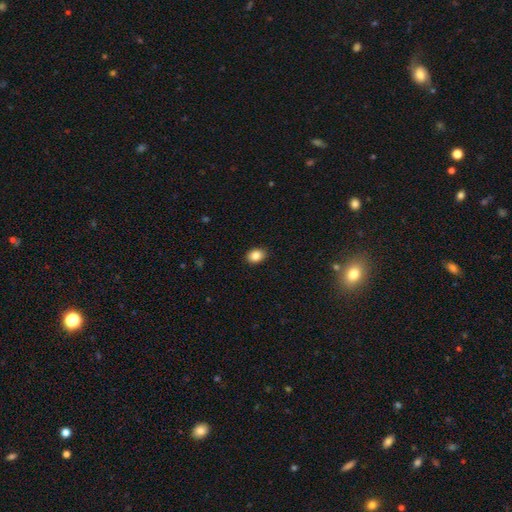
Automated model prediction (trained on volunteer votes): Overall: smooth (85%). How rounded: in between (62%; round 37%). Merging: none (90%).